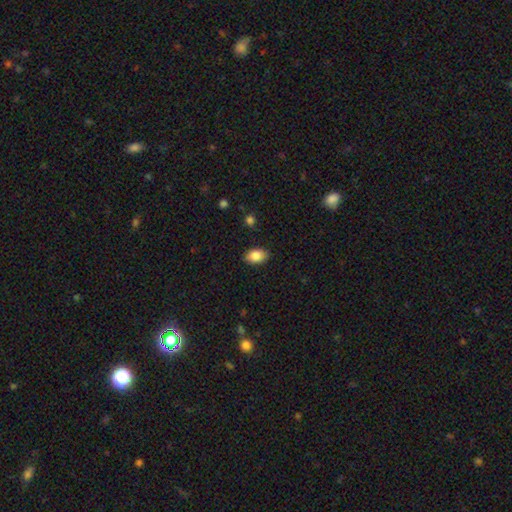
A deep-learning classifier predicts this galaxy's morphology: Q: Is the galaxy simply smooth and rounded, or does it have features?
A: smooth — 86%.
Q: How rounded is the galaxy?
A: in between — 90%.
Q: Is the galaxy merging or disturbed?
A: none — 88%.